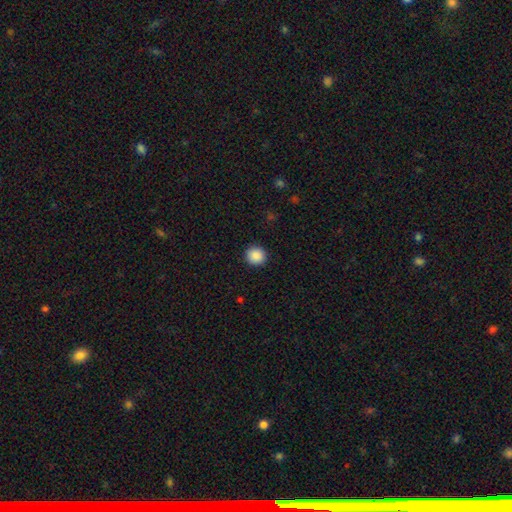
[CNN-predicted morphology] This appears to be a smooth galaxy with no disk features (89%) that is round (93%). Merging: none (92%).